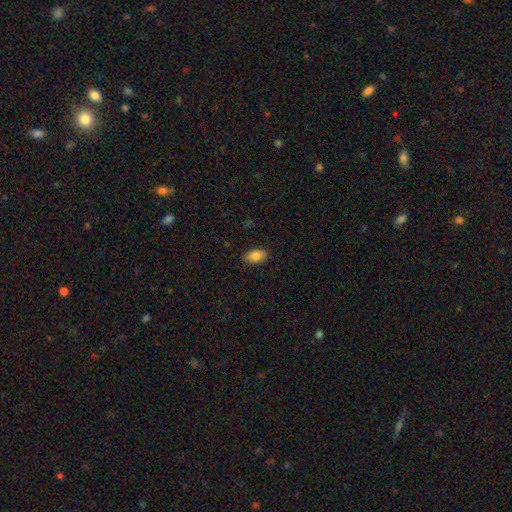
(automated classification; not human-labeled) A smooth galaxy with no disk features (85%) that is in between round and cigar-shaped (92%). Merging: none (88%).